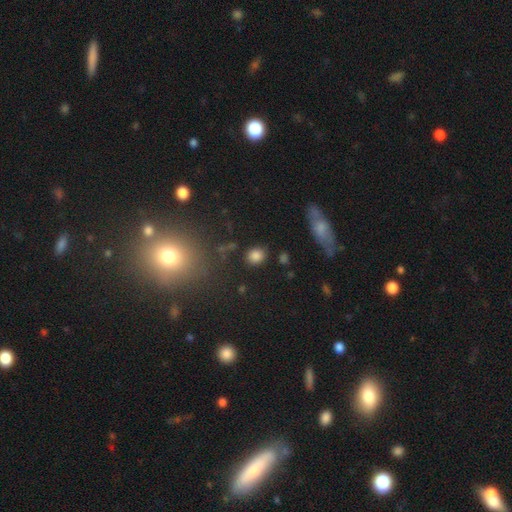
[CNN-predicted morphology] Smooth or featured?
  - smooth: 83% *
  - star or artifact: 12%
  - featured or disk: 5%
How rounded?
  - round: 63% *
  - in between: 36%
  - cigar-shaped: 1%
Merging?
  - none: 84% *
  - minor disturbance: 10%
  - major disturbance: 3%
  - merger: 3%